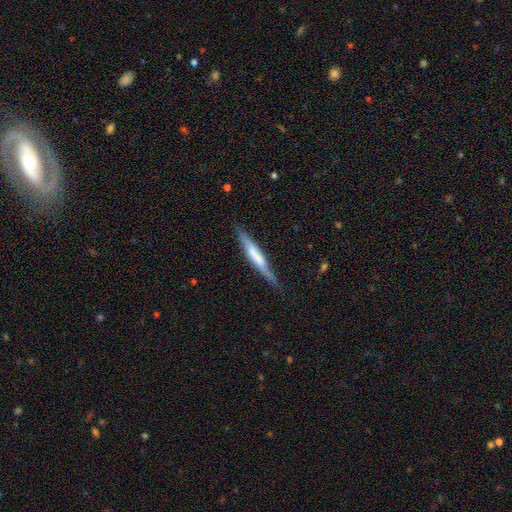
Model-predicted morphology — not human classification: This is possibly a featured or disk galaxy (50%). Merging: likely none (76%).